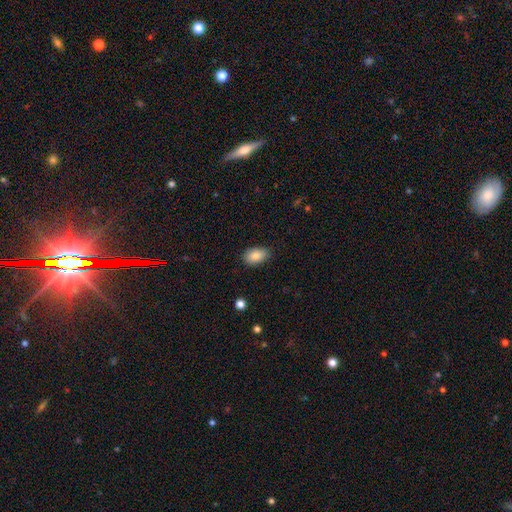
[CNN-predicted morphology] This is clearly a smooth galaxy (86%). How rounded: clearly in between (90%). Merging: clearly none (81%).